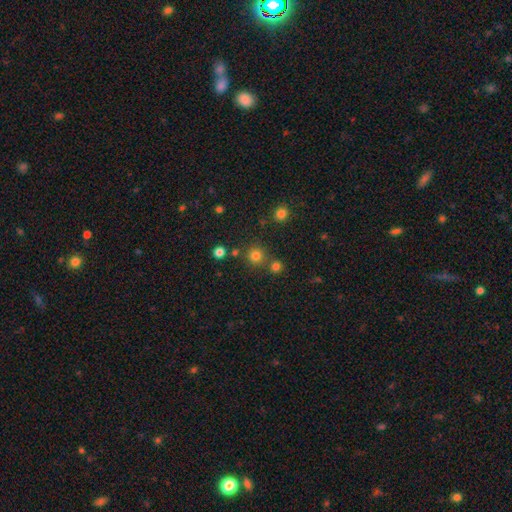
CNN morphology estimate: This is likely a smooth galaxy (77%). How rounded: clearly round (93%). Merging: likely none (78%).